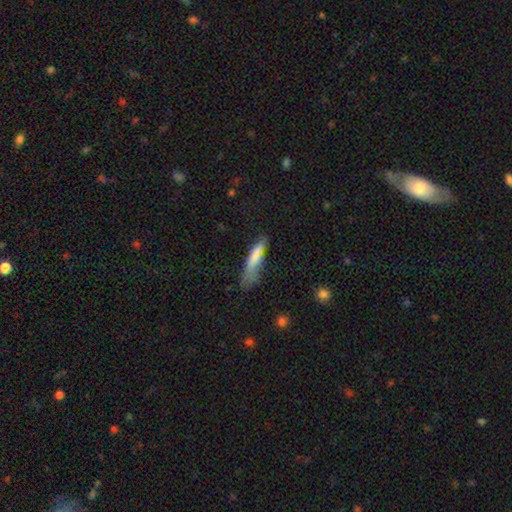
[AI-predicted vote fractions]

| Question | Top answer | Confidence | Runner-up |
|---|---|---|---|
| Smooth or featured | smooth | 75% | featured or disk (18%) |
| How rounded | cigar-shaped | 81% | in between (17%) |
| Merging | none | 45% | minor disturbance (33%) |